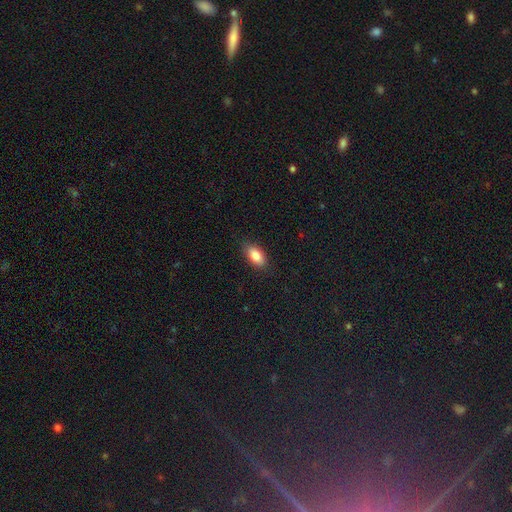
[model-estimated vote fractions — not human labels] This is clearly a smooth galaxy (84%). How rounded: clearly in between (91%). Merging: clearly none (85%).